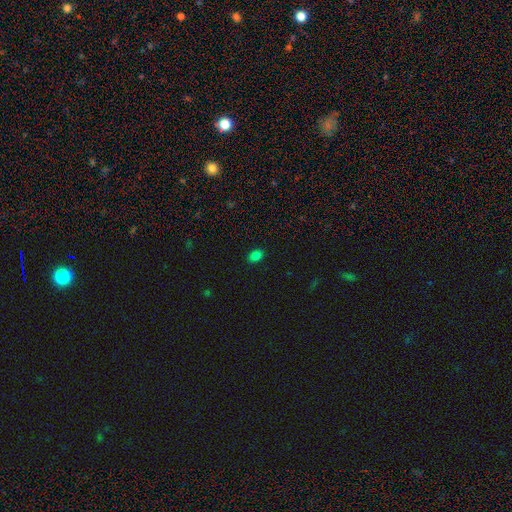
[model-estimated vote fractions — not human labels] A smooth galaxy with no disk features (82%) that is in between round and cigar-shaped (80%). Merging: none (89%).